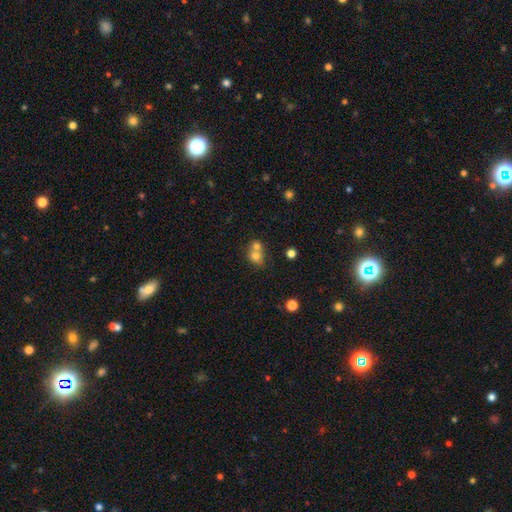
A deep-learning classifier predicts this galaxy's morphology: type=smooth (73%); roundness=round (68%); merging=merger (60%).